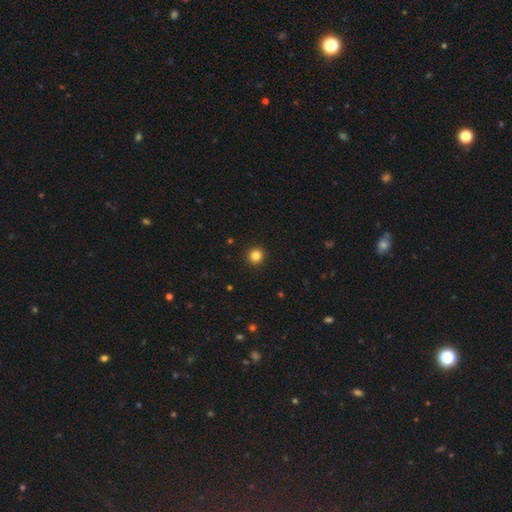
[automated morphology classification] smooth-or-featured: smooth: 84% | star or artifact: 12% | featured or disk: 4%
  how-rounded: round: 96% | in between: 3% | cigar-shaped: 1%
  merging: none: 94% | minor disturbance: 4% | major disturbance: 1% | merger: 1%